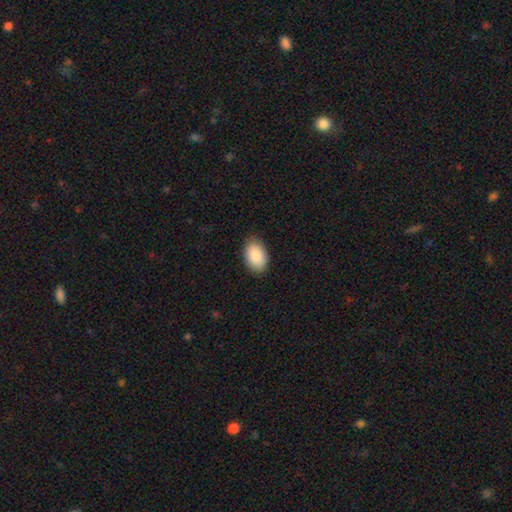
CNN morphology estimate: smooth-or-featured: smooth: 89% | star or artifact: 6% | featured or disk: 5%
  how-rounded: in between: 92% | round: 7% | cigar-shaped: 1%
  merging: none: 85% | minor disturbance: 12% | major disturbance: 2% | merger: 1%